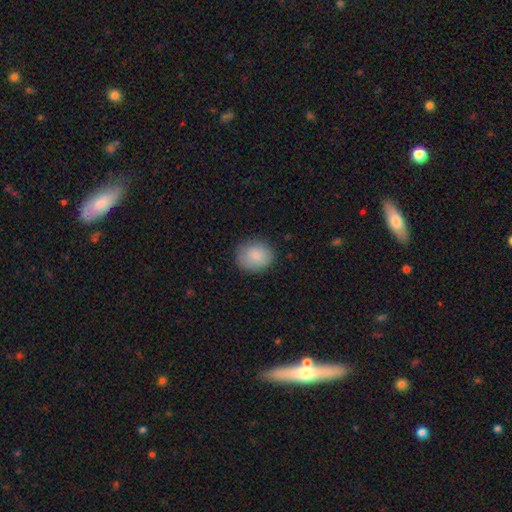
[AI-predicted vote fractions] Smooth or featured? smooth (87%)
How rounded? round (73%)
Merging? none (84%)